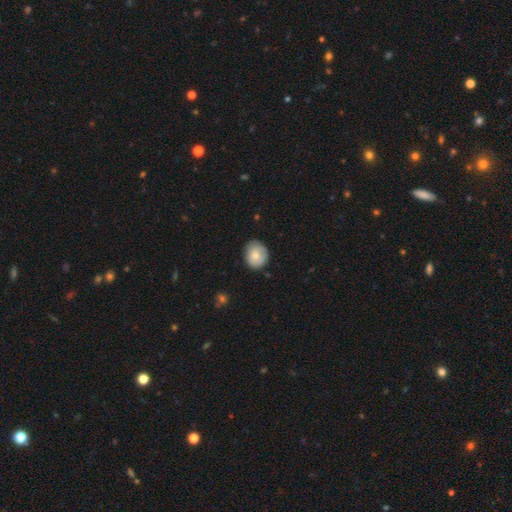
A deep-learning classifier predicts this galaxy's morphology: type=smooth (78%); roundness=round (61%); merging=none (76%).